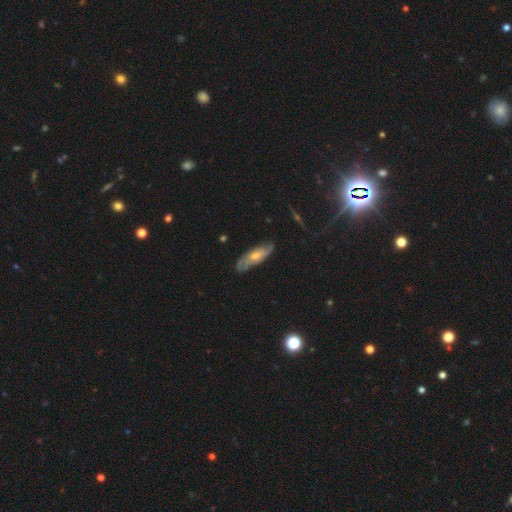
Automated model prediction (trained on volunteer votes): A featured or disk galaxy (67%) with no bar (67%), spiral arms (82%) and a moderate central bulge (60%). Merging: none (75%).